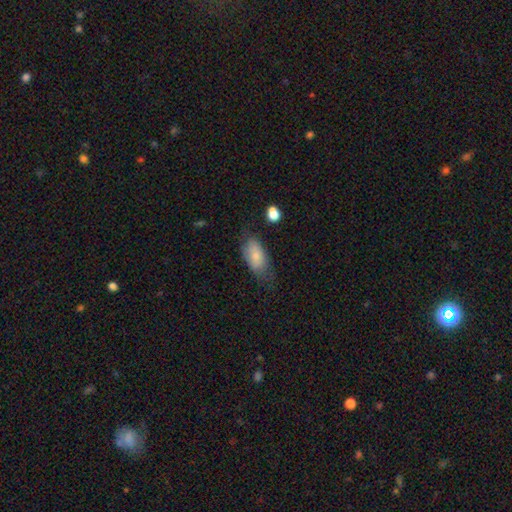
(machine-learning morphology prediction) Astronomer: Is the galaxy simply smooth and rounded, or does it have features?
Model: smooth — 77%.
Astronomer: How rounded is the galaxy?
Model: in between — 90%.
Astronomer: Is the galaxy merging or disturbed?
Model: none — 55%.